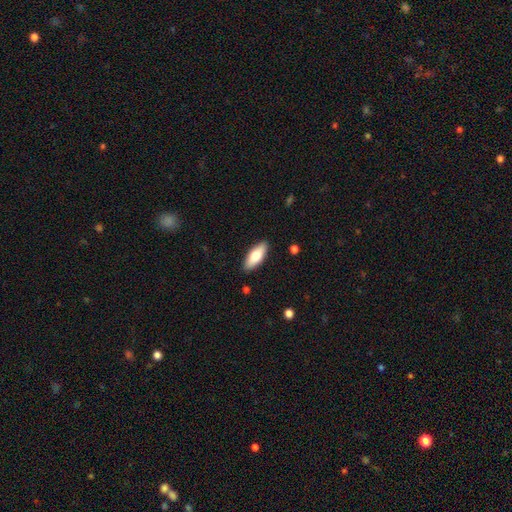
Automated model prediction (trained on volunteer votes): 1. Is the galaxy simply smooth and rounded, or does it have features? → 74% smooth, 20% featured or disk, 6% star or artifact.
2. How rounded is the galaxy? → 73% in between, 25% cigar-shaped, 2% round.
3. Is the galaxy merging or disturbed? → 89% none, 9% minor disturbance, 2% major disturbance, 1% merger.